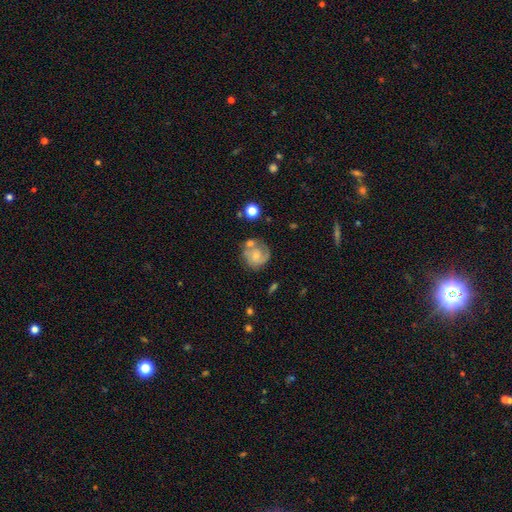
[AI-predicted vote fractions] Morphology: type=featured or disk (57%); edge-on=no (98%); bar=no (71%); spiral arms=yes (82%); bulge=small (53%); merging=none (53%).